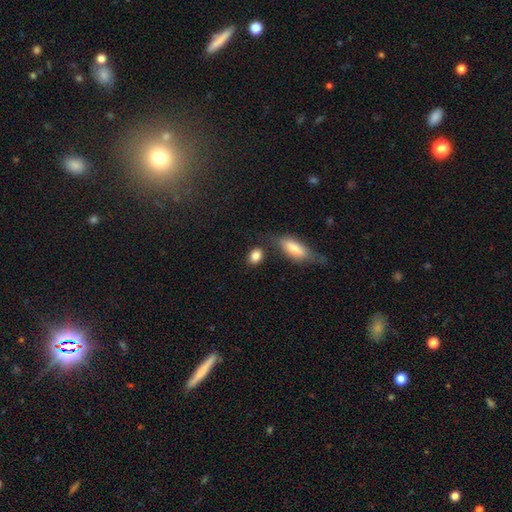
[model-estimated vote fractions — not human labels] Smooth or featured? smooth (85%)
How rounded? in between (70%)
Merging? none (69%)